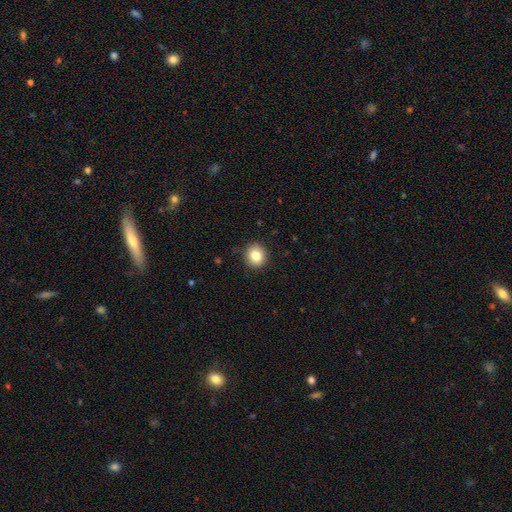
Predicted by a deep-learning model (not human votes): smooth_or_featured: smooth (p=0.83) [alt: star or artifact p=0.09]
how_rounded: round (p=0.84) [alt: in between p=0.15]
merging: none (p=0.89) [alt: minor disturbance p=0.08]